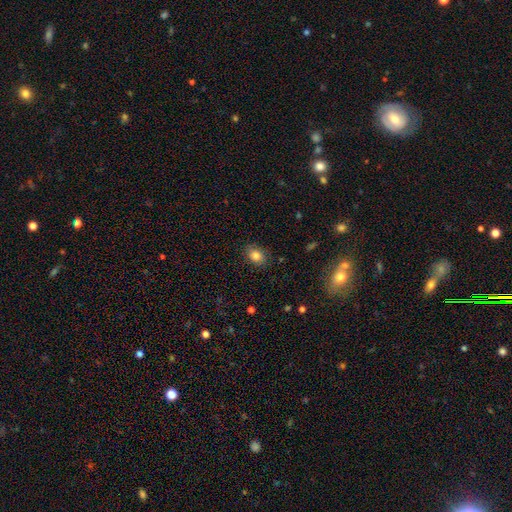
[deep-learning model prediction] Smooth or featured? smooth (83%)
How rounded? in between (67%)
Merging? none (83%)